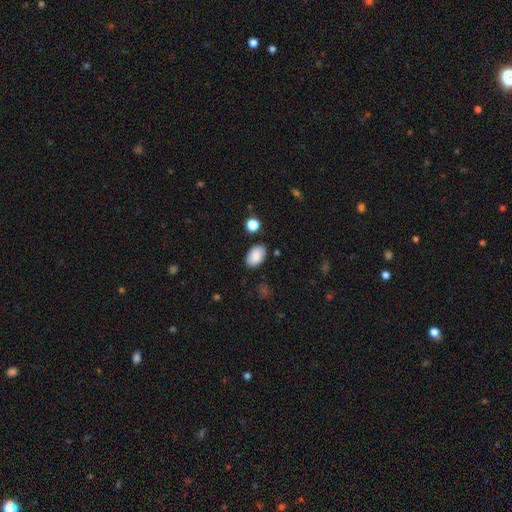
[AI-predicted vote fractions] The model was most divided on "merging": none: 84%, minor disturbance: 11%, major disturbance: 3%, merger: 2%. More confident: how rounded — in between (92%); smooth or featured — smooth (84%).